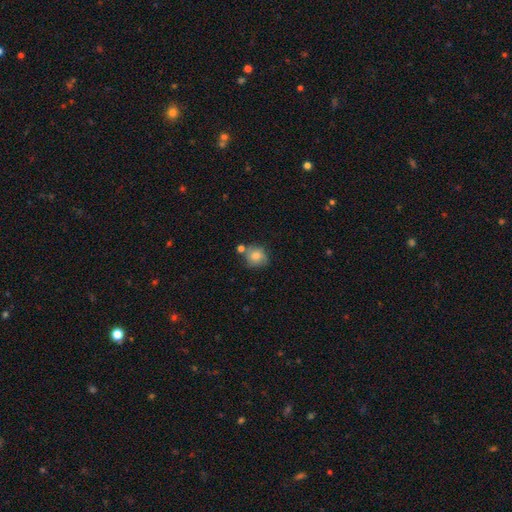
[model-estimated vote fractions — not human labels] Morphology: type=smooth (78%); roundness=round (80%); merging=none (63%).